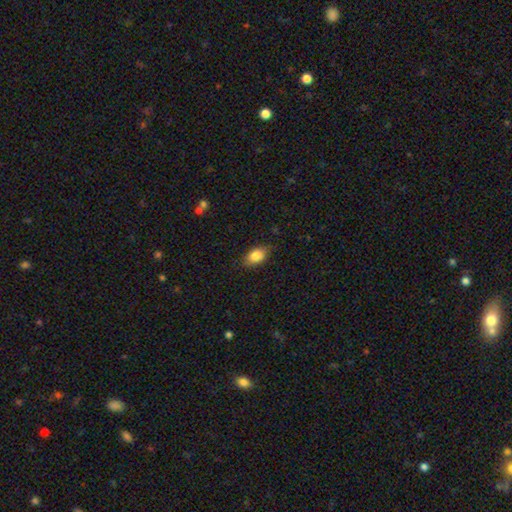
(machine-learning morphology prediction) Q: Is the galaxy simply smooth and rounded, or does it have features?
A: smooth — 85%.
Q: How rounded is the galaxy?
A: in between — 87%.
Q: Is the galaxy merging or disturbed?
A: none — 81%.